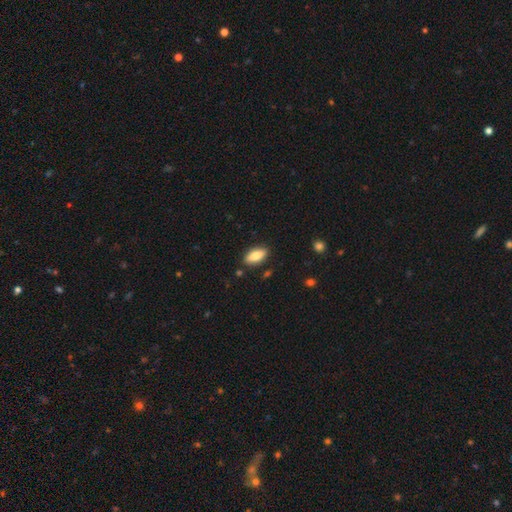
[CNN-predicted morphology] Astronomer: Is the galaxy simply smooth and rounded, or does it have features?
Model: smooth — 81%.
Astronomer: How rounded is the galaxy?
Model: in between — 85%.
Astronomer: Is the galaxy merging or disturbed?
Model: none — 86%.